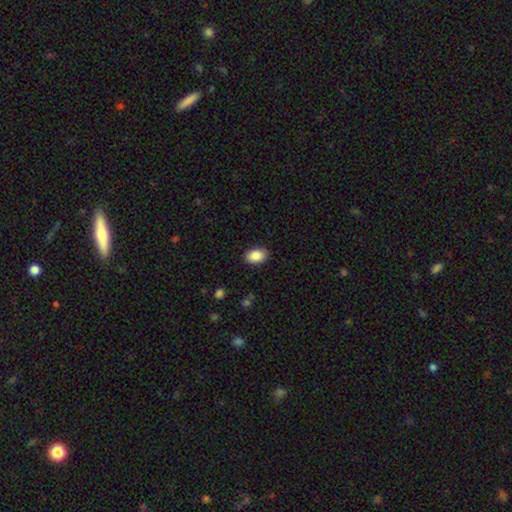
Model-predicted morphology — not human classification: A smooth galaxy with no disk features (89%) that is in between round and cigar-shaped (89%).

Vote fractions:
- Smooth or featured? smooth: 89% / star or artifact: 7% / featured or disk: 4%
- How rounded? in between: 89% / round: 10% / cigar-shaped: 1%
- Merging? none: 88% / minor disturbance: 9% / major disturbance: 2% / merger: 1%